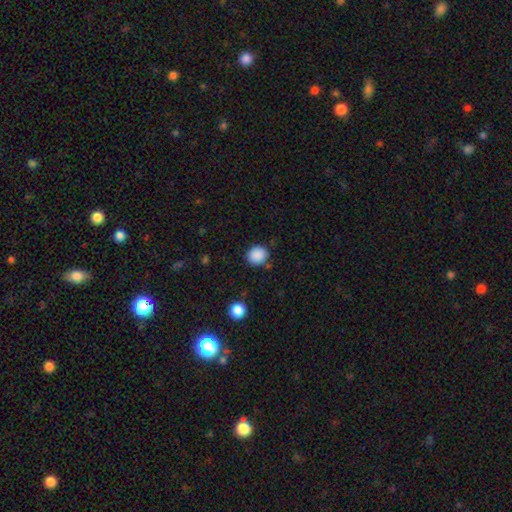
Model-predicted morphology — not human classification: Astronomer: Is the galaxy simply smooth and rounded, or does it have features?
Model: smooth — 88%.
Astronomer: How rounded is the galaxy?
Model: round — 81%.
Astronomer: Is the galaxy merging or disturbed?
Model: none — 85%.